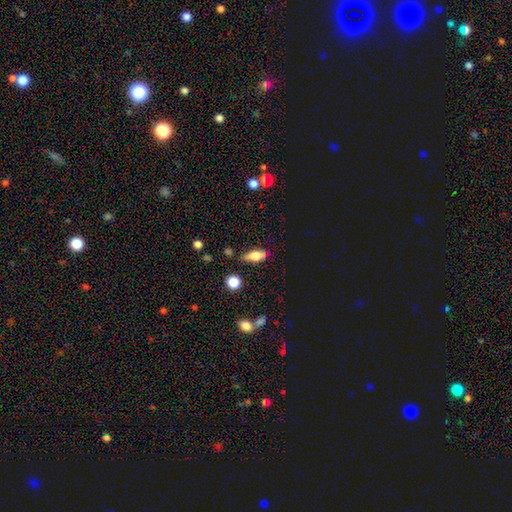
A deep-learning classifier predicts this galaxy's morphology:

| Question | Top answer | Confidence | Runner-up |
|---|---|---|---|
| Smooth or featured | smooth | 67% | featured or disk (24%) |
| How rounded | in between | 71% | cigar-shaped (24%) |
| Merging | none | 74% | minor disturbance (19%) |